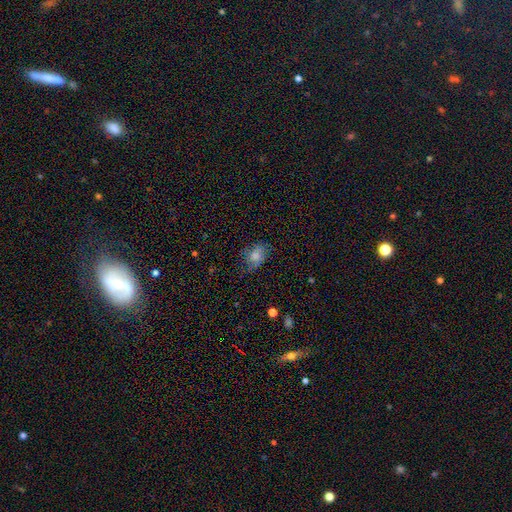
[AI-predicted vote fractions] smooth-or-featured: smooth: 72% | featured or disk: 16% | star or artifact: 11%
  how-rounded: in between: 62% | round: 37% | cigar-shaped: 1%
  merging: none: 59% | minor disturbance: 27% | major disturbance: 12% | merger: 2%